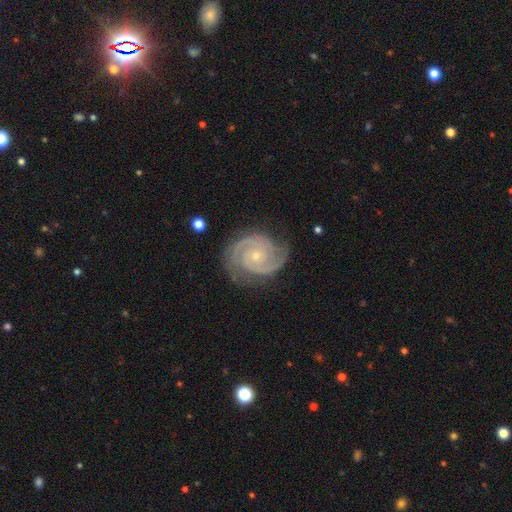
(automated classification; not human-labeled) featured or disk 93%, star or artifact 4%, smooth 3%. Down the decision tree: edge-on disk — no (98%); bar — no (74%); spiral arms — yes (99%); spiral arm count — 2 (71%); spiral winding — tight (68%); bulge size — small (74%); merging — none (79%).